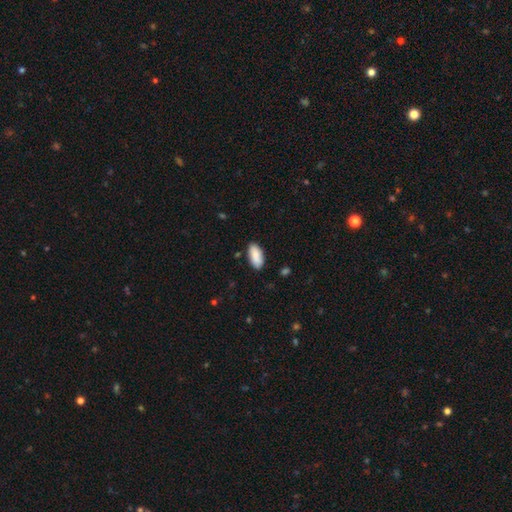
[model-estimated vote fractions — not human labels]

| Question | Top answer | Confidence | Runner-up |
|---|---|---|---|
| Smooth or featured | smooth | 87% | featured or disk (7%) |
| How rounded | in between | 90% | cigar-shaped (8%) |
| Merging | none | 84% | minor disturbance (12%) |